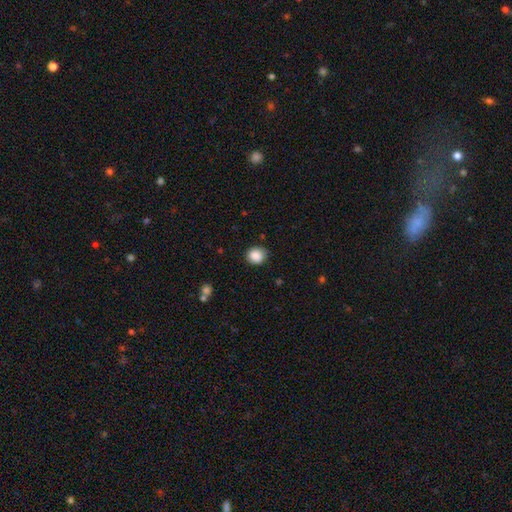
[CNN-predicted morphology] This appears to be a smooth galaxy with no disk features (87%) that is round (86%). Merging: none (83%).